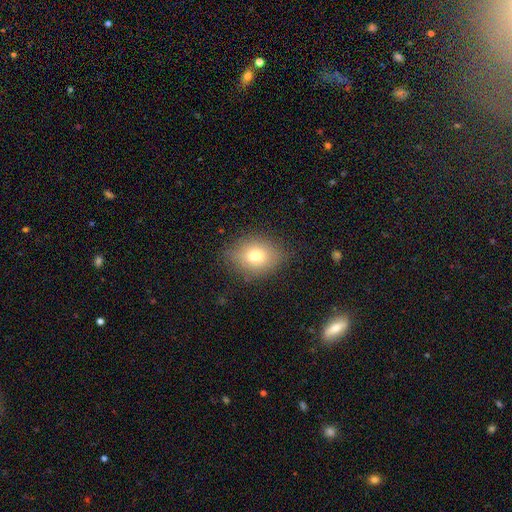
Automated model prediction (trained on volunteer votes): A smooth galaxy with no disk features (73%) that is in between round and cigar-shaped (55%).

Vote fractions:
- Smooth or featured? smooth: 73% / featured or disk: 14% / star or artifact: 13%
- How rounded? in between: 55% / round: 44% / cigar-shaped: 1%
- Merging? none: 81% / minor disturbance: 14% / major disturbance: 4% / merger: 1%